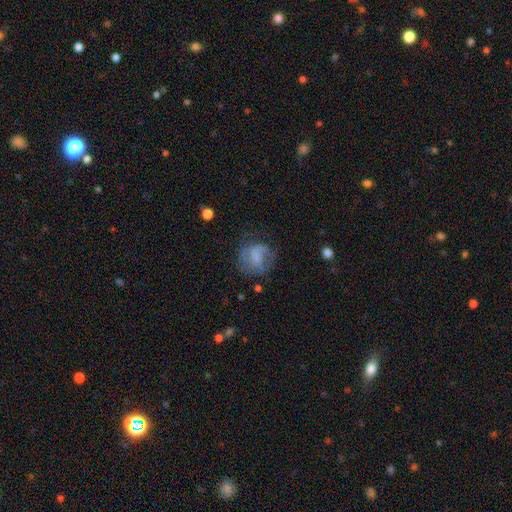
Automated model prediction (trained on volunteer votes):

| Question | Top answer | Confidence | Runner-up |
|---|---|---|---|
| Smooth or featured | smooth | 49% | featured or disk (42%) |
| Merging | none | 52% | minor disturbance (23%) |